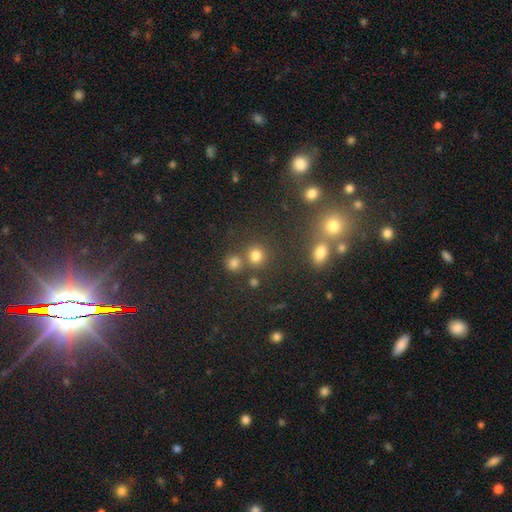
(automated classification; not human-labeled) Overall: smooth (75%). How rounded: round (88%). Merging: none (69%).